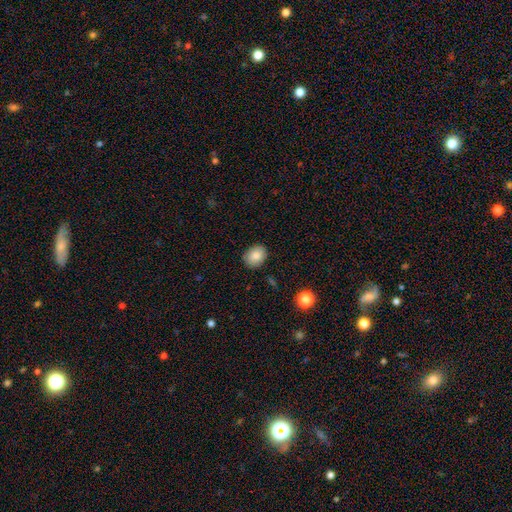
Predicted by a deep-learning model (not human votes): smooth_or_featured: smooth (p=0.86) [alt: star or artifact p=0.08]
how_rounded: in between (p=0.53) [alt: round p=0.47]
merging: none (p=0.86) [alt: minor disturbance p=0.10]